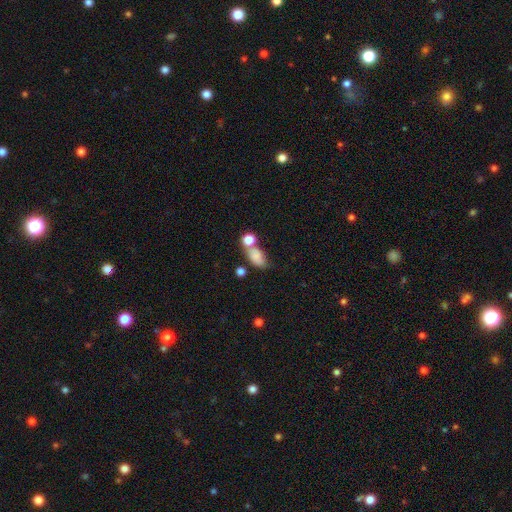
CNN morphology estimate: Overall: smooth (79%). How rounded: in between (82%). Merging: none (40%; merger 35%).